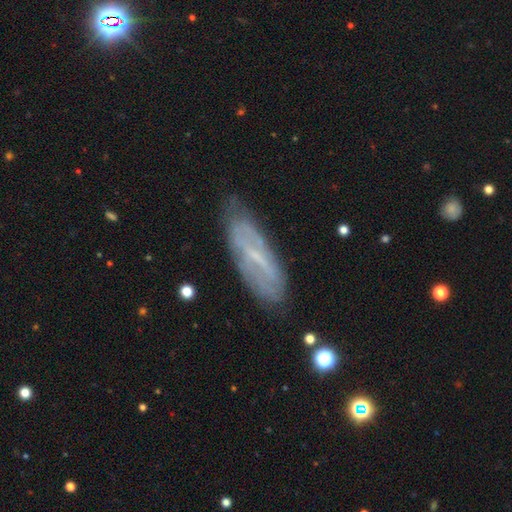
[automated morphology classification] A featured or disk galaxy (64%).

Vote fractions:
- Smooth or featured? featured or disk: 64% / smooth: 27% / star or artifact: 9%
- Edge-on disk? no: 72% / yes: 28%
- Merging? none: 74% / minor disturbance: 18% / major disturbance: 5% / merger: 2%